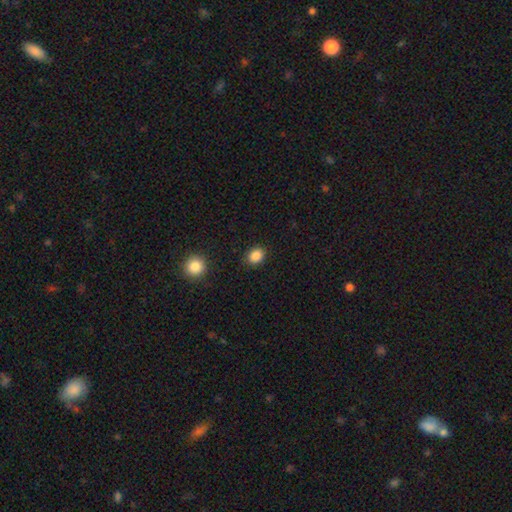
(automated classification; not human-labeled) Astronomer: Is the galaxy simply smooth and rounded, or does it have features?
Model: smooth — 87%.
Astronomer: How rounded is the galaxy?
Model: round — 54% (runner-up: in between, 45%).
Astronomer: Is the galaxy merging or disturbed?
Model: none — 88%.